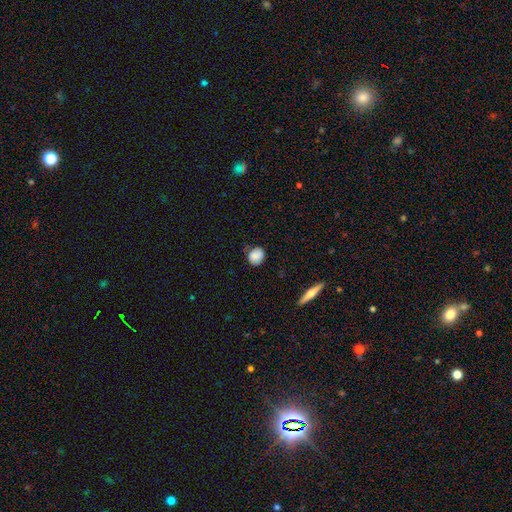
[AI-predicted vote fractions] This appears to be a smooth galaxy with no disk features (85%) that is round (76%). Merging: none (71%).